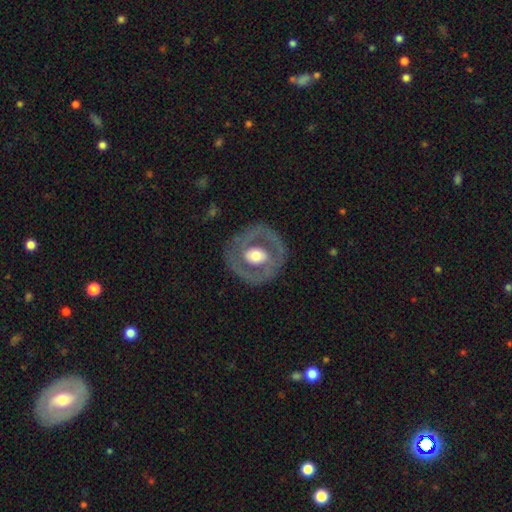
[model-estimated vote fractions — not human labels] A featured or disk galaxy (65%) with no bar (65%), no spiral arms (71%) and a moderate central bulge (57%). Merging: none (77%).